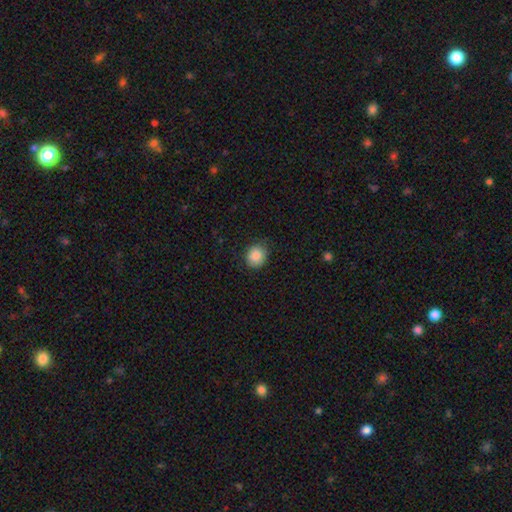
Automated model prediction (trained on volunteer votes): A smooth galaxy with no disk features (85%) that is round (69%). Merging: none (78%).